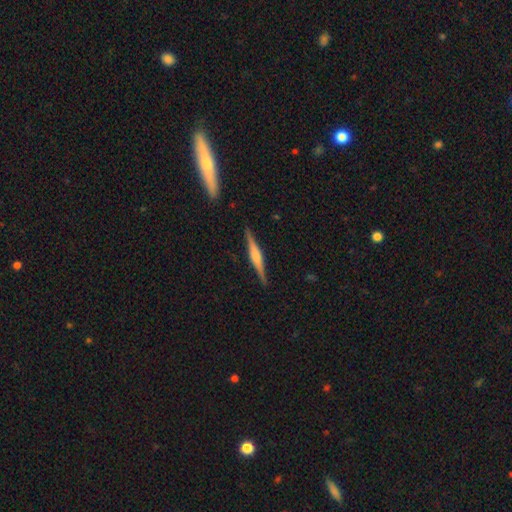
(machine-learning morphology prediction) Smooth or featured: featured or disk — 73% (smooth — 21%)
Edge-on disk: yes — 98% (no — 2%)
Edge-on bulge: rounded — 61% (boxy — 29%)
Merging: none — 90% (minor disturbance — 7%)